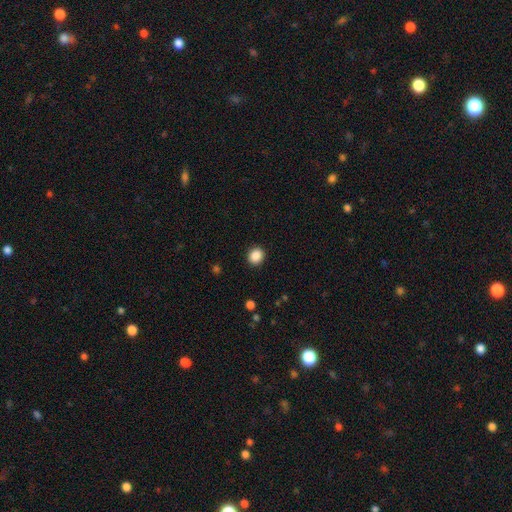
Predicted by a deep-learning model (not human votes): Smooth or featured: smooth — 88% (star or artifact — 9%)
How rounded: round — 79% (in between — 21%)
Merging: none — 91% (minor disturbance — 6%)